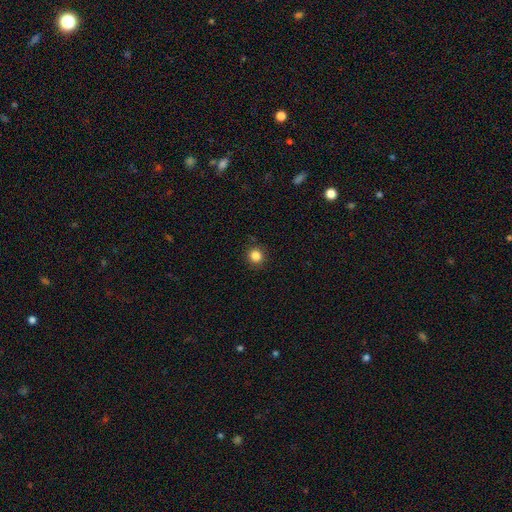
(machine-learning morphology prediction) Smooth or featured: smooth — 85% (star or artifact — 11%)
How rounded: round — 92% (in between — 8%)
Merging: none — 90% (minor disturbance — 6%)